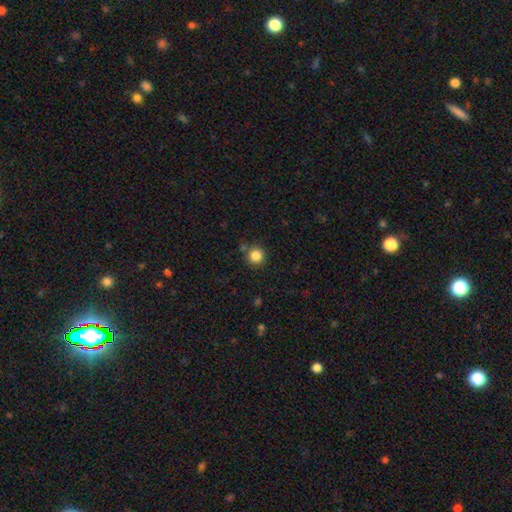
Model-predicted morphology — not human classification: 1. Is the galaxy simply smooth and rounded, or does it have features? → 85% smooth, 11% star or artifact, 4% featured or disk.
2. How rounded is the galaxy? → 94% round, 5% in between, 1% cigar-shaped.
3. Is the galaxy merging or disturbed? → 84% none, 8% minor disturbance, 5% merger, 3% major disturbance.